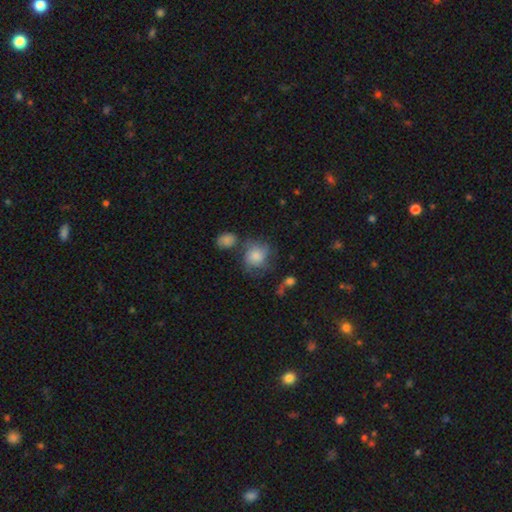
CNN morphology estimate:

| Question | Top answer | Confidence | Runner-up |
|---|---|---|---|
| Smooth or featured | smooth | 60% | featured or disk (29%) |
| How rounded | round | 75% | in between (24%) |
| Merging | none | 52% | minor disturbance (22%) |